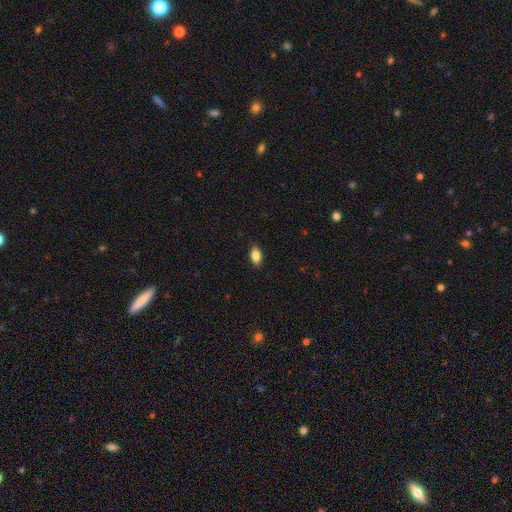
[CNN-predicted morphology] A smooth galaxy with no disk features (86%) that is in between round and cigar-shaped (90%). Merging: none (88%).